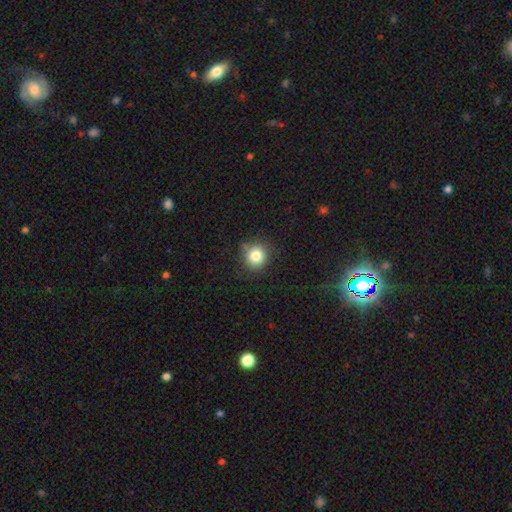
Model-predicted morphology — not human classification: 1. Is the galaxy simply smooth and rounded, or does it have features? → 82% smooth, 11% star or artifact, 7% featured or disk.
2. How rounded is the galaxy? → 89% round, 10% in between, 1% cigar-shaped.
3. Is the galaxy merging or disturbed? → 81% none, 13% minor disturbance, 3% major disturbance, 2% merger.